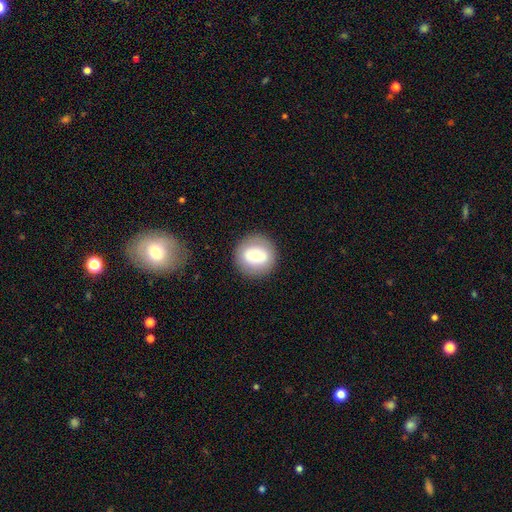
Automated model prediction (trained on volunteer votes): This appears to be a smooth galaxy with no disk features (67%) that is round (88%). Merging: none (87%).